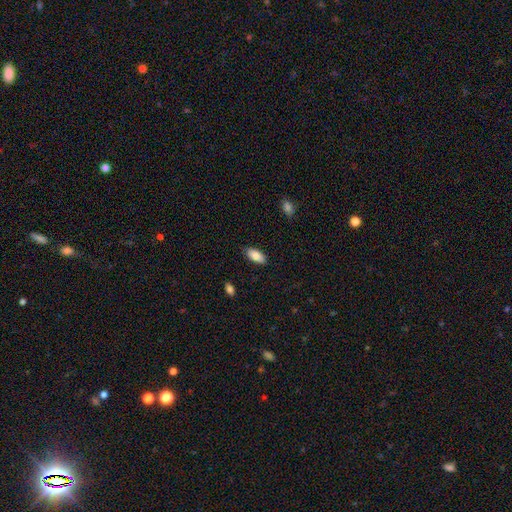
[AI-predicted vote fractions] Morphology: type=smooth (86%); roundness=in between (90%); merging=none (86%).